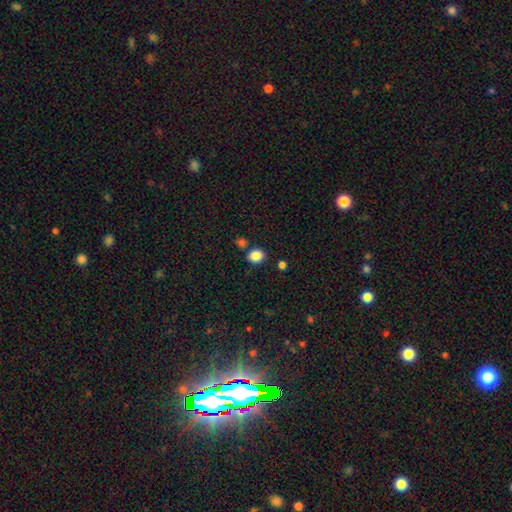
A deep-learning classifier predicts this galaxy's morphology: The model was most divided on "how rounded": round: 64%, in between: 35%, cigar-shaped: 1%. More confident: smooth or featured — smooth (86%); merging — none (79%).